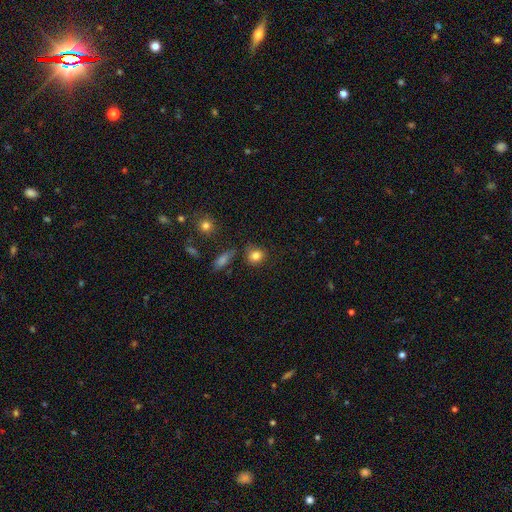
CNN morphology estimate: Smooth or featured?
  - smooth: 82% *
  - star or artifact: 10%
  - featured or disk: 7%
How rounded?
  - round: 73% *
  - in between: 26%
  - cigar-shaped: 1%
Merging?
  - none: 74% *
  - minor disturbance: 16%
  - merger: 5%
  - major disturbance: 4%